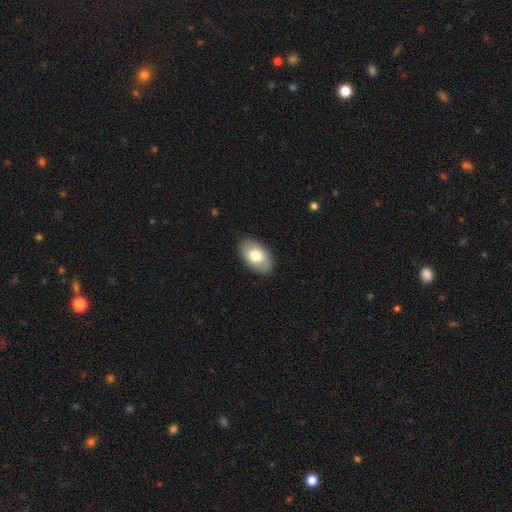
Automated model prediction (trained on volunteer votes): Smooth or featured? Predicted: smooth (p=0.73). How rounded? Predicted: in between (p=0.93). Merging? Predicted: none (p=0.89).